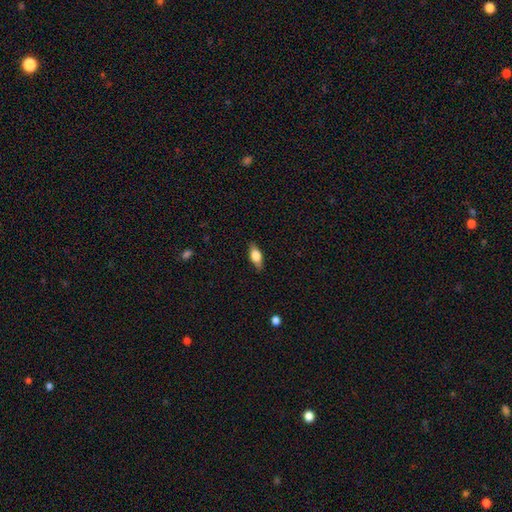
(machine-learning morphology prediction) A smooth galaxy with no disk features (72%) that is in between round and cigar-shaped (79%). Merging: none (83%).